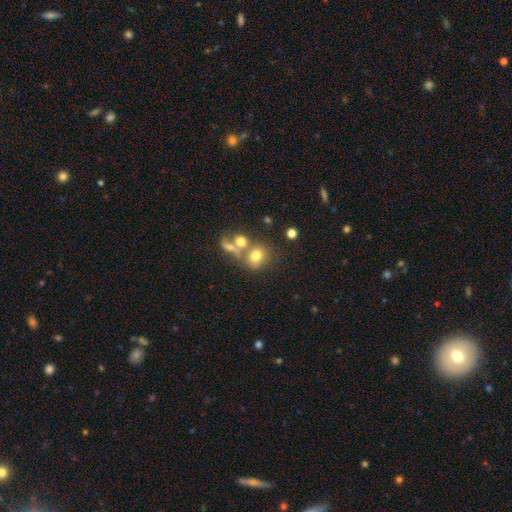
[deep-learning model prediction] smooth 72%, featured or disk 15%, star or artifact 13%. Down the decision tree: how rounded — round (69%); merging — none (44%).